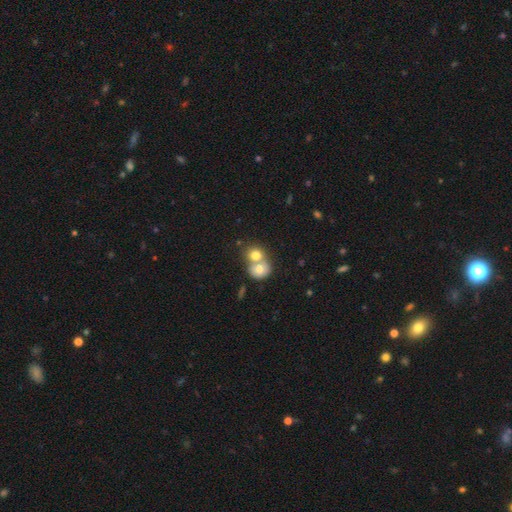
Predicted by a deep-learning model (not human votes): Smooth or featured?
  - smooth: 75% *
  - featured or disk: 16%
  - star or artifact: 9%
How rounded?
  - round: 72% *
  - in between: 27%
  - cigar-shaped: 1%
Merging?
  - merger: 66% *
  - none: 26%
  - minor disturbance: 5%
  - major disturbance: 3%